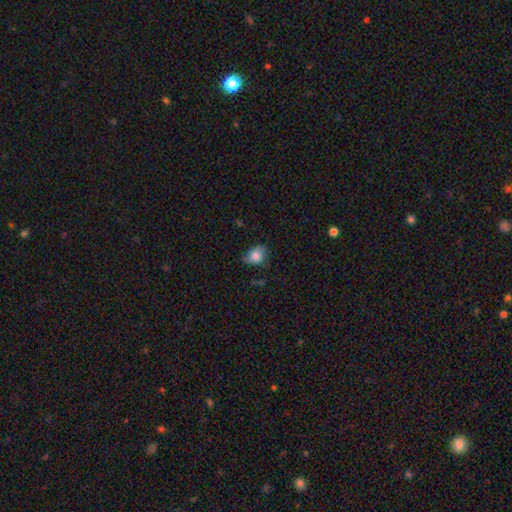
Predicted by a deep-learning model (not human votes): A smooth galaxy with no disk features (81%) that is in between round and cigar-shaped (64%).

Vote fractions:
- Smooth or featured? smooth: 81% / featured or disk: 11% / star or artifact: 8%
- How rounded? in between: 64% / round: 35% / cigar-shaped: 1%
- Merging? none: 55% / minor disturbance: 34% / major disturbance: 9% / merger: 2%